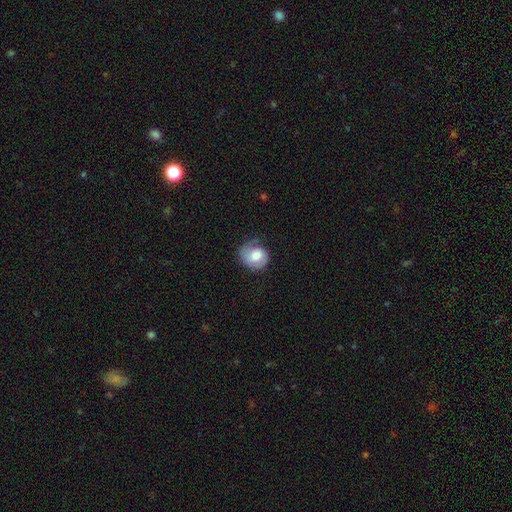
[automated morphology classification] Q: Smooth or featured?
A: smooth (56%); runner-up: featured or disk (37%)
Q: How rounded?
A: round (71%); runner-up: in between (28%)
Q: Merging?
A: none (55%); runner-up: minor disturbance (29%)